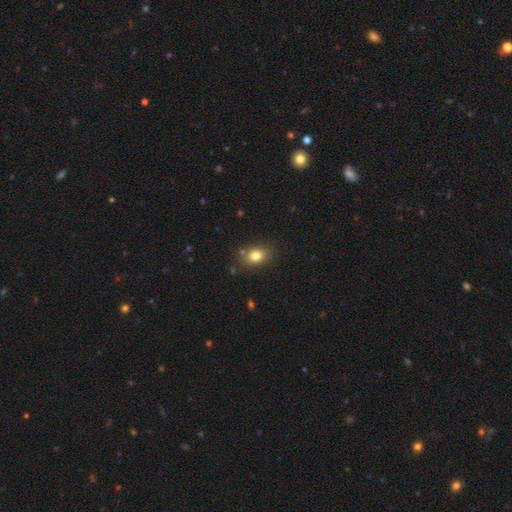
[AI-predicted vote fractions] smooth 81%, star or artifact 11%, featured or disk 8%. Down the decision tree: how rounded — in between (57%); merging — none (81%).